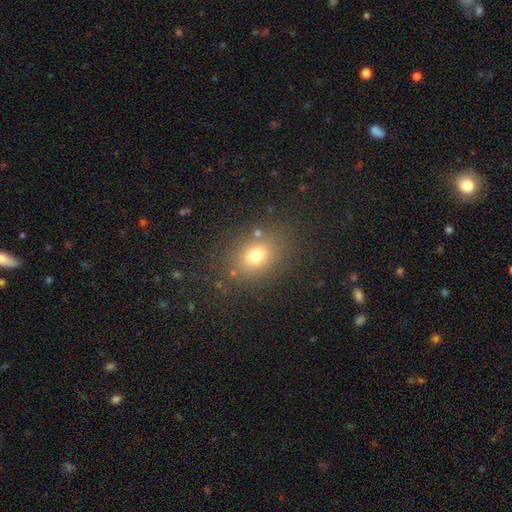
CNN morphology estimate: smooth-or-featured: smooth: 72% | star or artifact: 16% | featured or disk: 12%
  how-rounded: in between: 56% | round: 43% | cigar-shaped: 1%
  merging: none: 79% | minor disturbance: 11% | major disturbance: 6% | merger: 4%